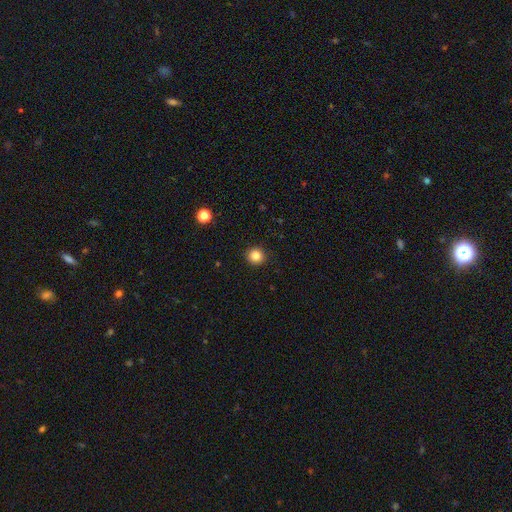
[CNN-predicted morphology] type=smooth (84%); roundness=round (93%); merging=none (92%).